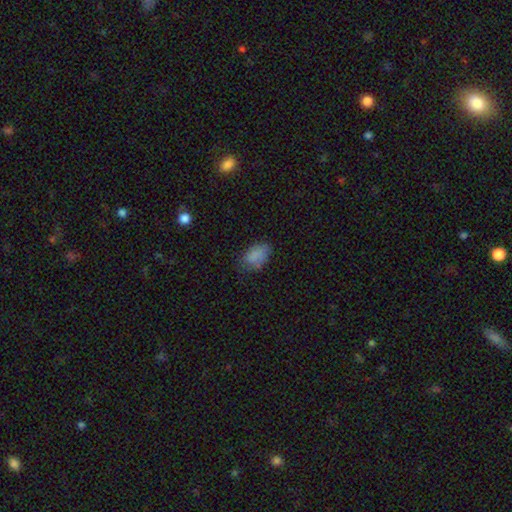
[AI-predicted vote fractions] A smooth galaxy with no disk features (83%) that is in between round and cigar-shaped (89%). Merging: none (63%).